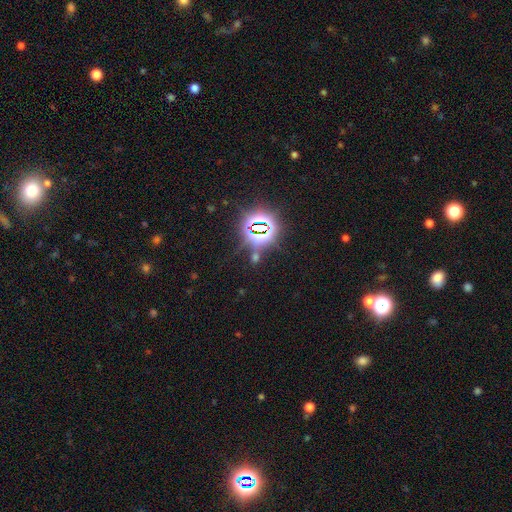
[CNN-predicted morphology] Smooth or featured?
  - star or artifact: 77% *
  - smooth: 15%
  - featured or disk: 8%